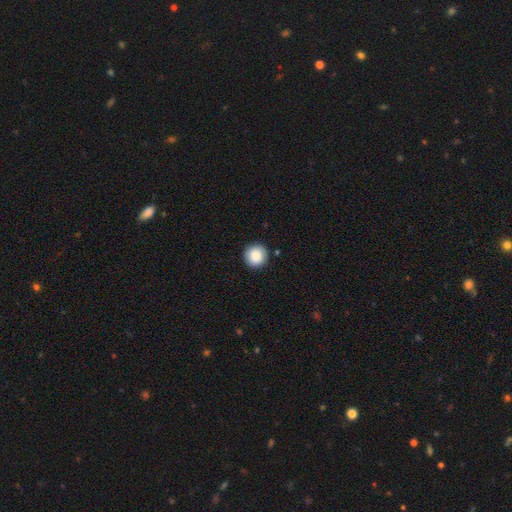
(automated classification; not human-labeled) smooth-or-featured: smooth: 88% | star or artifact: 8% | featured or disk: 4%
  how-rounded: round: 96% | in between: 3% | cigar-shaped: 1%
  merging: none: 91% | minor disturbance: 6% | major disturbance: 2% | merger: 1%